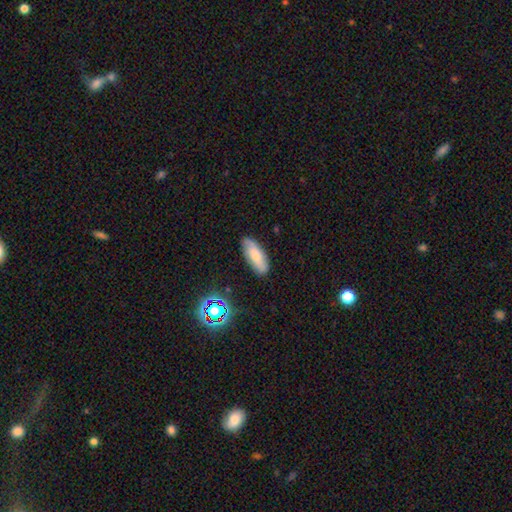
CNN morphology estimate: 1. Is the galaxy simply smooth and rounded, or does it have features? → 63% smooth, 29% featured or disk, 8% star or artifact.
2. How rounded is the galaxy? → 72% in between, 25% cigar-shaped, 2% round.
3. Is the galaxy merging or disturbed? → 84% none, 12% minor disturbance, 2% major disturbance, 1% merger.